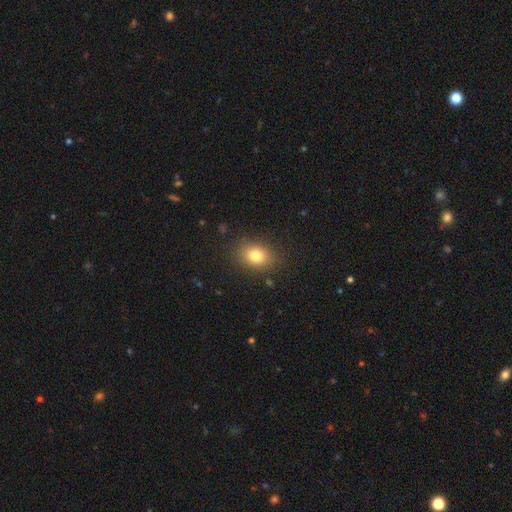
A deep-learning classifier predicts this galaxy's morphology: type=smooth (79%); roundness=in between (63%); merging=none (85%).